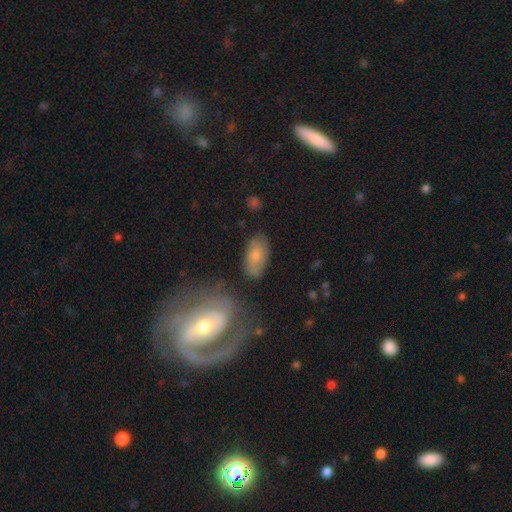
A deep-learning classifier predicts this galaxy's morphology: Smooth or featured? Predicted: smooth (p=0.67). How rounded? Predicted: in between (p=0.92). Merging? Predicted: none (p=0.71).